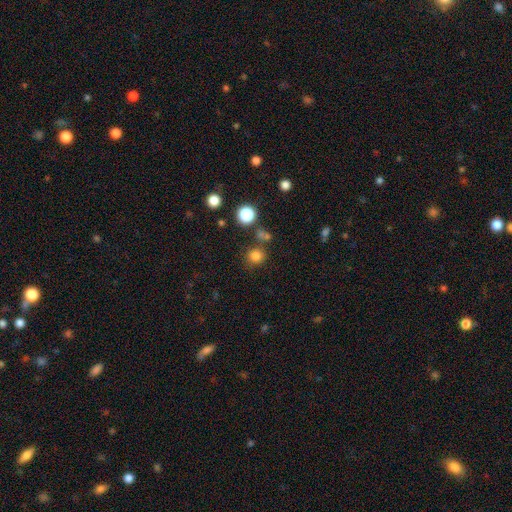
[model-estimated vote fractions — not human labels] Smooth or featured?
  - smooth: 78% *
  - star or artifact: 17%
  - featured or disk: 5%
How rounded?
  - round: 89% *
  - in between: 10%
  - cigar-shaped: 1%
Merging?
  - none: 77% *
  - merger: 10%
  - minor disturbance: 9%
  - major disturbance: 4%